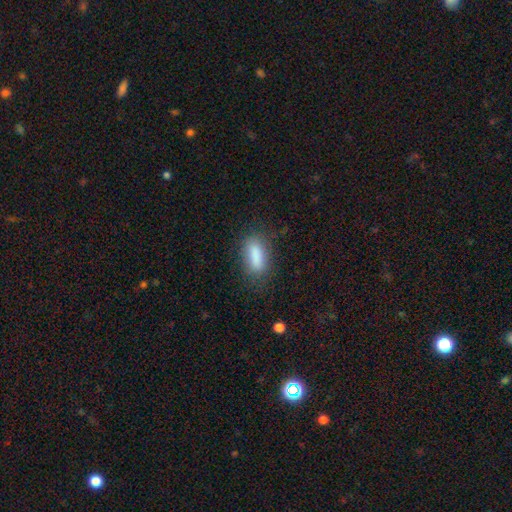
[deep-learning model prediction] Overall: smooth (85%). How rounded: in between (76%). Merging: none (75%).